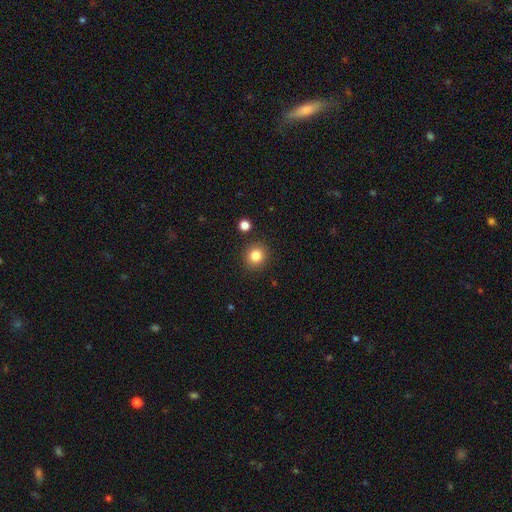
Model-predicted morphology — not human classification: Smooth or featured?
  - smooth: 83% *
  - star or artifact: 11%
  - featured or disk: 6%
How rounded?
  - round: 88% *
  - in between: 11%
  - cigar-shaped: 1%
Merging?
  - none: 89% *
  - minor disturbance: 6%
  - merger: 3%
  - major disturbance: 2%